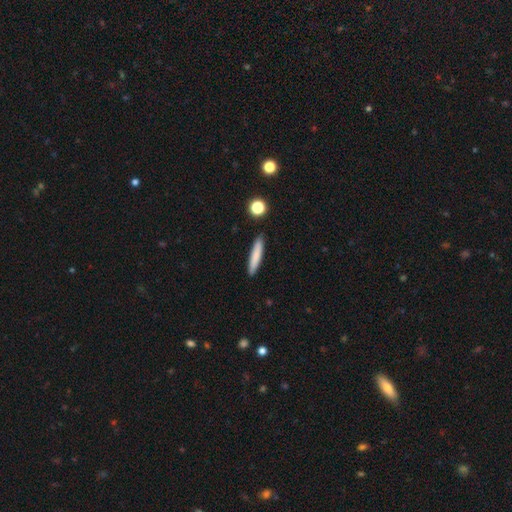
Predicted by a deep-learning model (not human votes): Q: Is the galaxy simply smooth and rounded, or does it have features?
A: smooth — 80%.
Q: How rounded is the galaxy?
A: cigar-shaped — 89%.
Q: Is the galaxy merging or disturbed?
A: none — 89%.